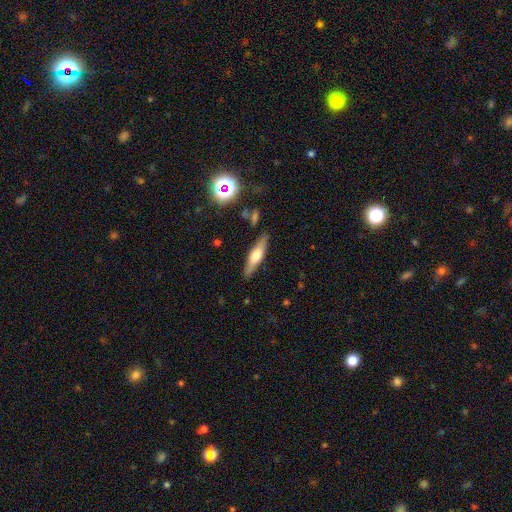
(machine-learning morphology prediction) The model was most divided on "smooth or featured": featured or disk: 48%, smooth: 45%, star or artifact: 7%. More confident: merging — none (86%).